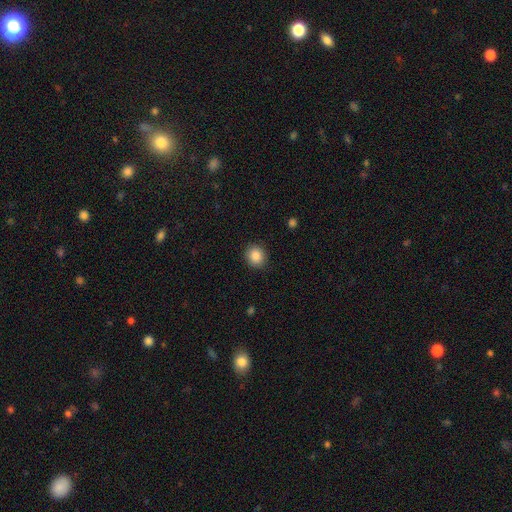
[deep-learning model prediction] Morphology: type=smooth (86%); roundness=round (80%); merging=none (90%).